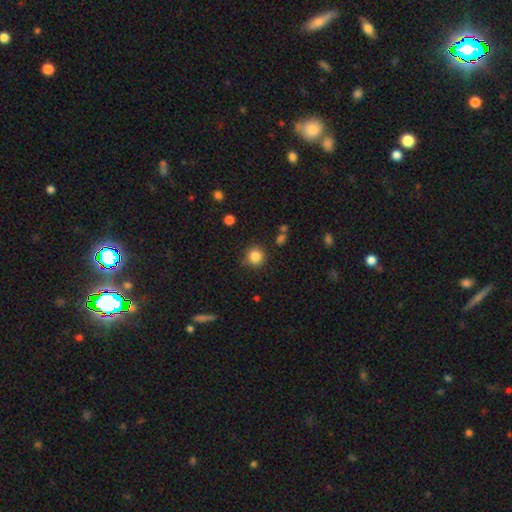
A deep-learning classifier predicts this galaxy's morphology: This is clearly a smooth galaxy (85%). How rounded: clearly round (92%). Merging: clearly none (84%).